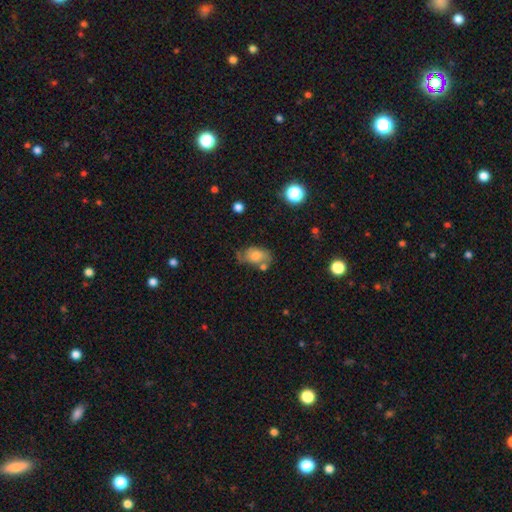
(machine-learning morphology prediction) Smooth or featured?
  - smooth: 54% *
  - featured or disk: 36%
  - star or artifact: 10%
How rounded?
  - in between: 84% *
  - round: 14%
  - cigar-shaped: 2%
Merging?
  - none: 45% *
  - minor disturbance: 28%
  - major disturbance: 14%
  - merger: 13%